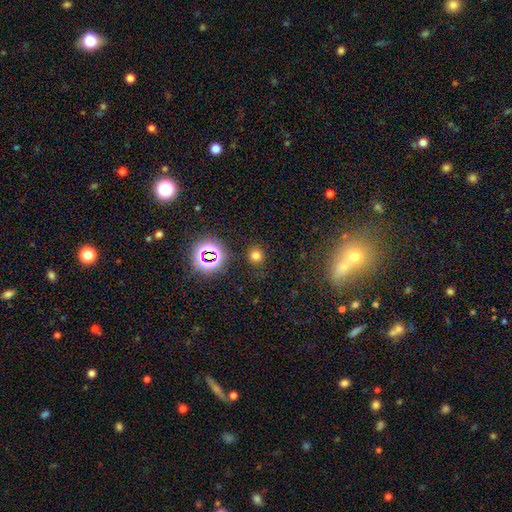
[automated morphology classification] A smooth galaxy with no disk features (70%) that is round (87%).

Vote fractions:
- Smooth or featured? smooth: 70% / star or artifact: 24% / featured or disk: 6%
- How rounded? round: 87% / in between: 12% / cigar-shaped: 1%
- Merging? none: 86% / minor disturbance: 8% / major disturbance: 3% / merger: 2%